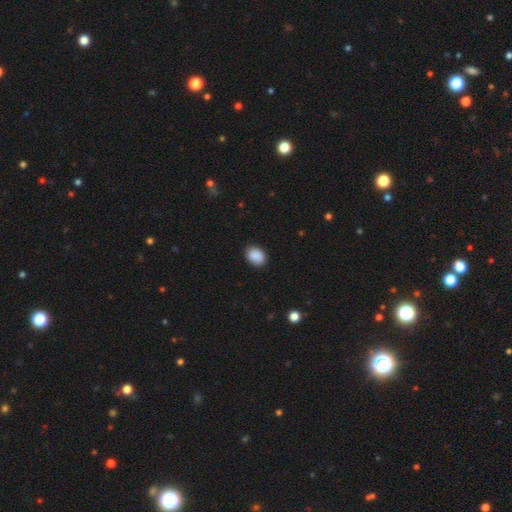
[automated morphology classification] The model was most divided on "how rounded": in between: 68%, round: 31%, cigar-shaped: 1%. More confident: smooth or featured — smooth (89%); merging — none (86%).